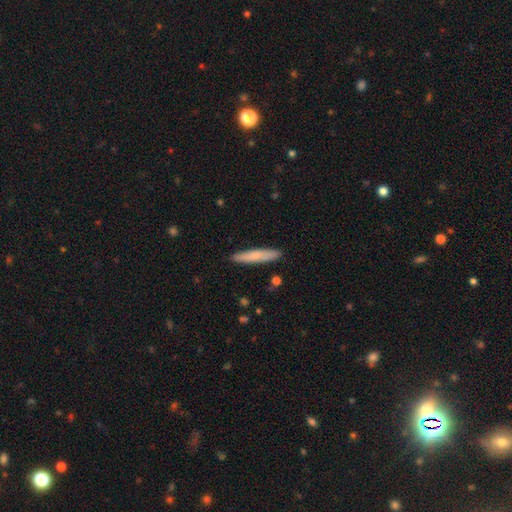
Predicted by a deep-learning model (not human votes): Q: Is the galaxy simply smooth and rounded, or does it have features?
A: smooth — 74%.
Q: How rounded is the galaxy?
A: cigar-shaped — 92%.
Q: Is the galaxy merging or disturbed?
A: none — 89%.